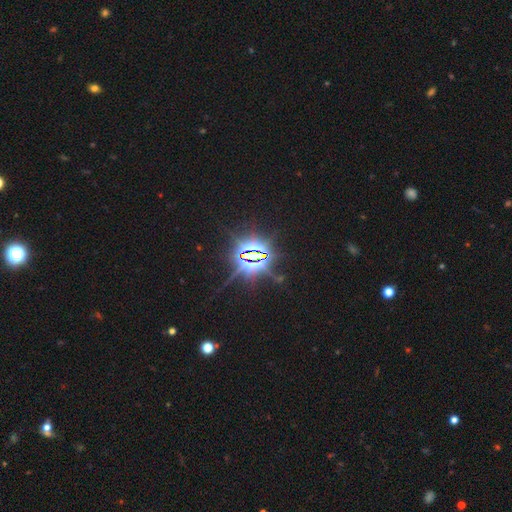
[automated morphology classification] This appears to be a star or artifact, not a galaxy (86%).